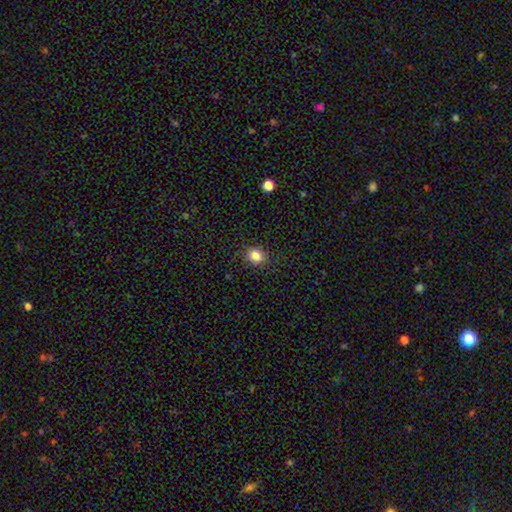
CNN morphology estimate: Overall: smooth (83%). How rounded: round (76%). Merging: none (88%).